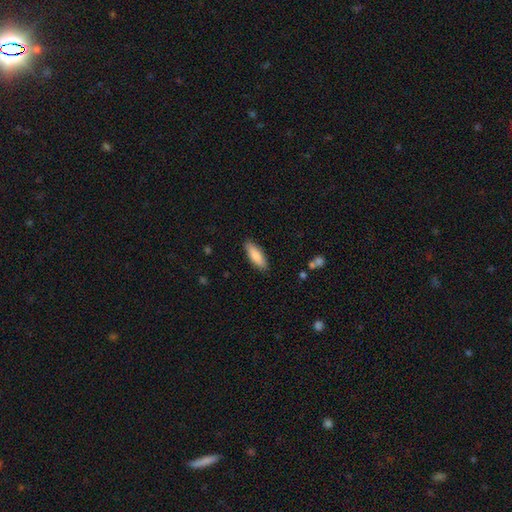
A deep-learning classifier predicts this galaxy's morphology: This appears to be a smooth galaxy with no disk features (85%) that is in between round and cigar-shaped (61%). Merging: none (87%).